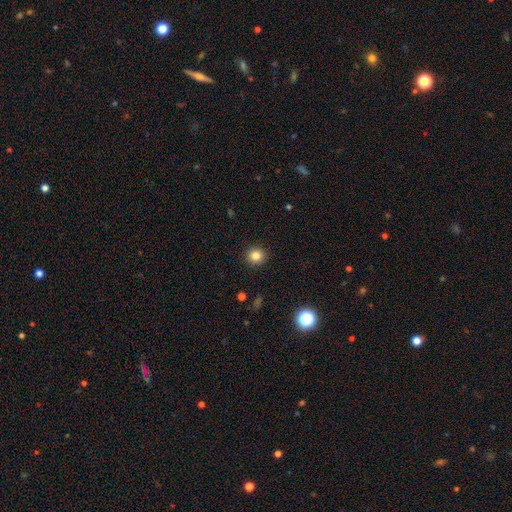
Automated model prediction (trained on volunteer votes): Overall: smooth (83%). How rounded: round (92%). Merging: none (92%).